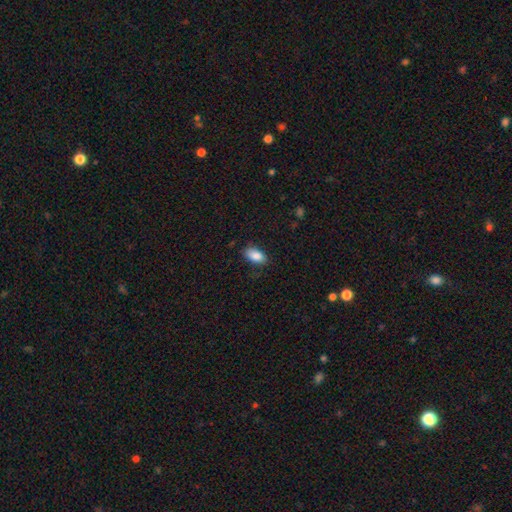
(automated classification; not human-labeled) Smooth or featured? smooth (88%)
How rounded? in between (92%)
Merging? none (82%)